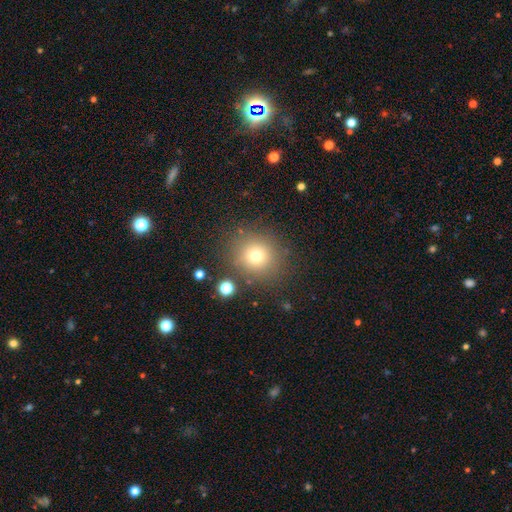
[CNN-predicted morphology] Smooth or featured? Predicted: smooth (p=0.72). How rounded? Predicted: round (p=0.87). Merging? Predicted: none (p=0.83).